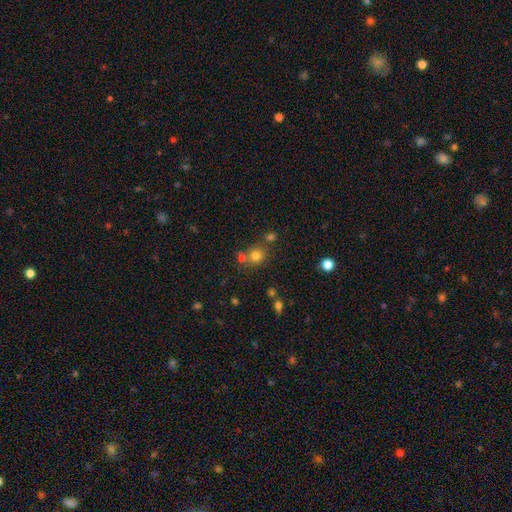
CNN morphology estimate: Q: Smooth or featured?
A: smooth (75%); runner-up: star or artifact (17%)
Q: How rounded?
A: round (82%); runner-up: in between (17%)
Q: Merging?
A: none (64%); runner-up: merger (23%)